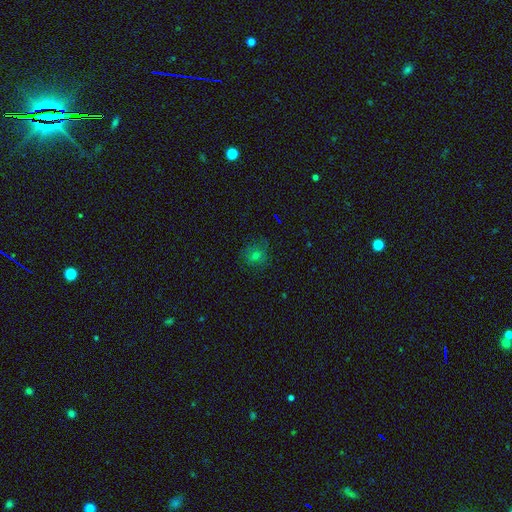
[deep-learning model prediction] A smooth galaxy with no disk features (62%) that is round (86%).

Vote fractions:
- Smooth or featured? smooth: 62% / star or artifact: 25% / featured or disk: 13%
- How rounded? round: 86% / in between: 13% / cigar-shaped: 1%
- Merging? none: 79% / minor disturbance: 15% / major disturbance: 5% / merger: 1%